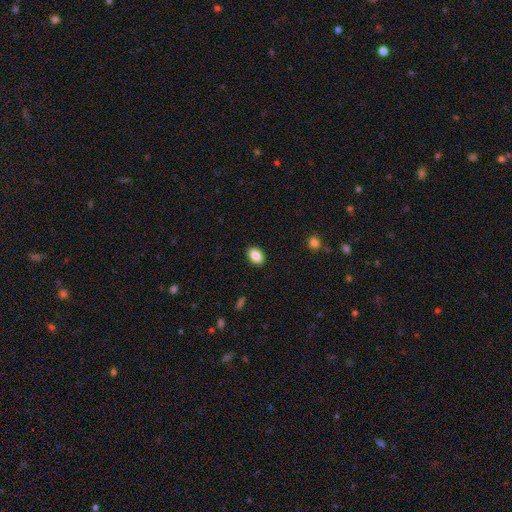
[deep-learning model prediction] A smooth galaxy with no disk features (87%) that is in between round and cigar-shaped (83%).

Vote fractions:
- Smooth or featured? smooth: 87% / star or artifact: 8% / featured or disk: 5%
- How rounded? in between: 83% / round: 16% / cigar-shaped: 1%
- Merging? none: 90% / minor disturbance: 7% / major disturbance: 2% / merger: 1%